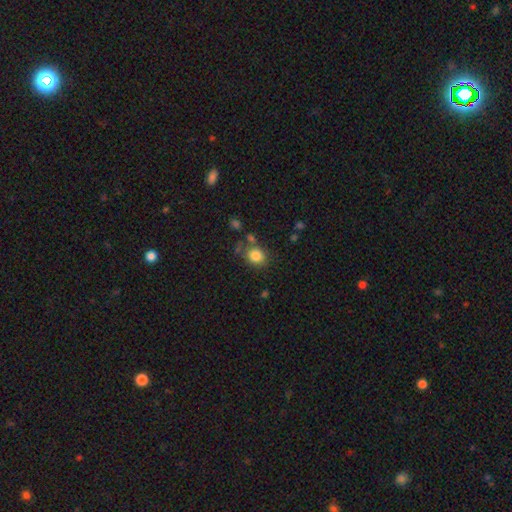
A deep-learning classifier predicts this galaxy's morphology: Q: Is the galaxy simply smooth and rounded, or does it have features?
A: smooth — 83%.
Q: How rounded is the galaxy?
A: round — 70%.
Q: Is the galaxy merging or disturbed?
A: none — 70%.